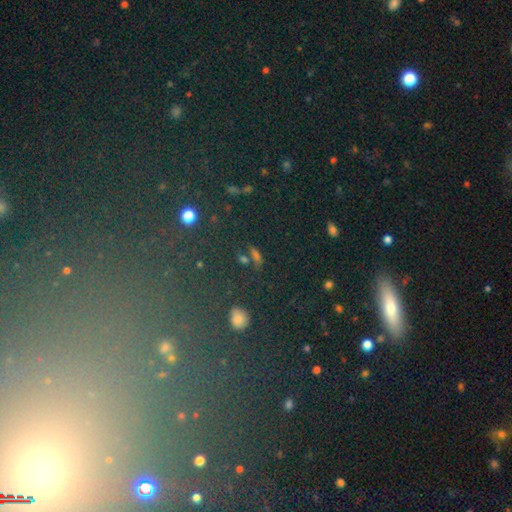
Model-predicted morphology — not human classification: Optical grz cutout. It shows a star or artifact, not a galaxy (52%).